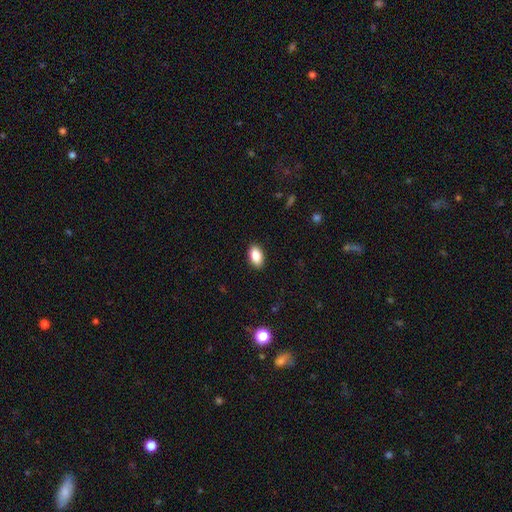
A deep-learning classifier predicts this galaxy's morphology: This is clearly a smooth galaxy (86%). How rounded: clearly in between (92%). Merging: clearly none (89%).